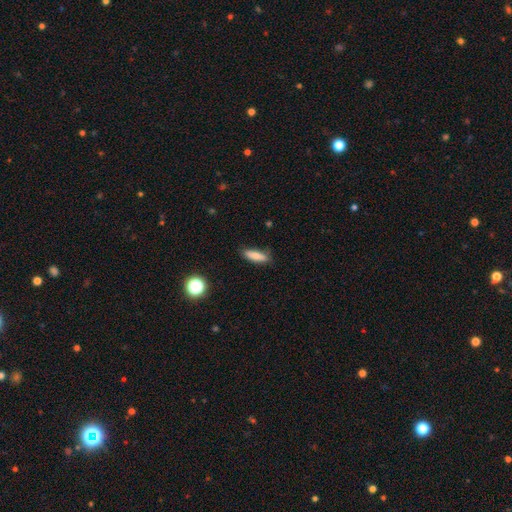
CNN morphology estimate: type=smooth (80%); roundness=cigar-shaped (50%); merging=none (81%).